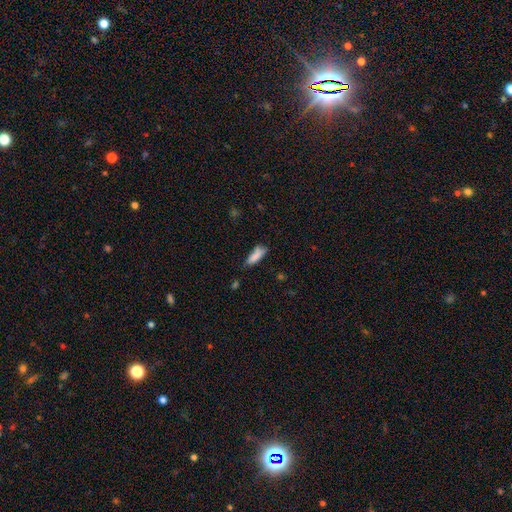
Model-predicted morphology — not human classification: This is clearly a smooth galaxy (83%). How rounded: possibly in between (52%). Merging: possibly none (55%).